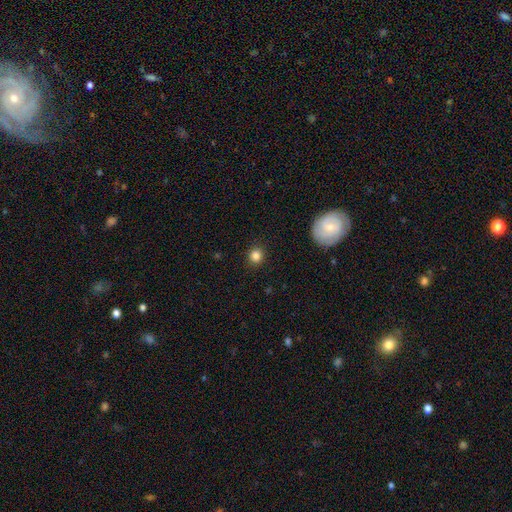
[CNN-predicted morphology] This is clearly a smooth galaxy (84%). How rounded: clearly round (87%). Merging: clearly none (91%).